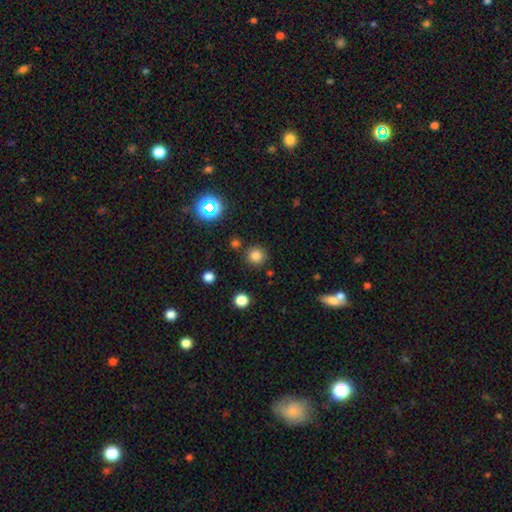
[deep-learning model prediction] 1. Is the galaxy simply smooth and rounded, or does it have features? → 79% smooth, 17% star or artifact, 5% featured or disk.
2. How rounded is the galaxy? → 94% round, 5% in between, 1% cigar-shaped.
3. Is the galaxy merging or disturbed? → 85% none, 7% minor disturbance, 4% merger, 3% major disturbance.